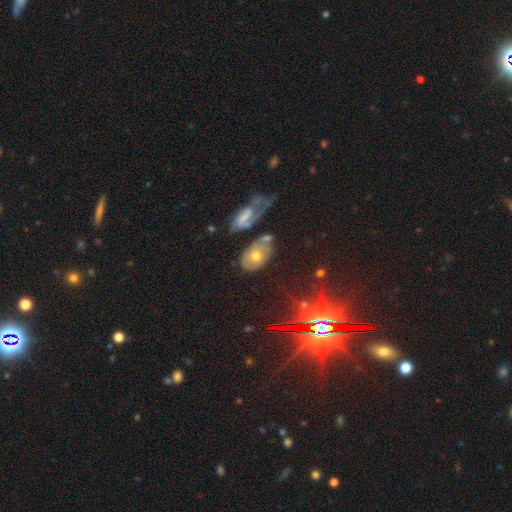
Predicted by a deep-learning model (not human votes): Overall: smooth (47%; featured or disk 39%). Merging: none (49%; minor disturbance 23%).